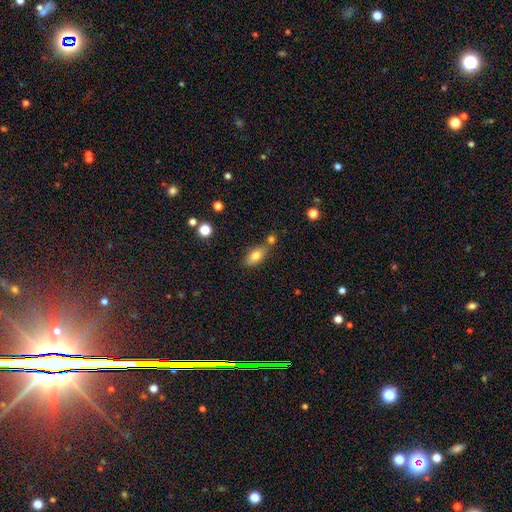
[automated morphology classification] type=smooth (76%); roundness=in between (85%); merging=none (60%).